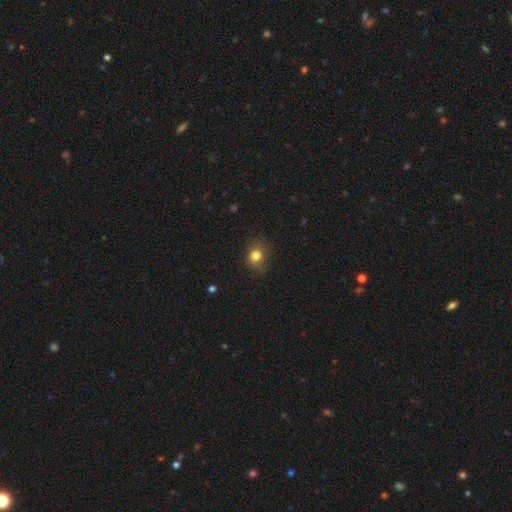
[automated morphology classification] A smooth galaxy with no disk features (80%) that is round (68%).

Vote fractions:
- Smooth or featured? smooth: 80% / star or artifact: 12% / featured or disk: 7%
- How rounded? round: 68% / in between: 31% / cigar-shaped: 1%
- Merging? none: 66% / minor disturbance: 24% / major disturbance: 8% / merger: 1%